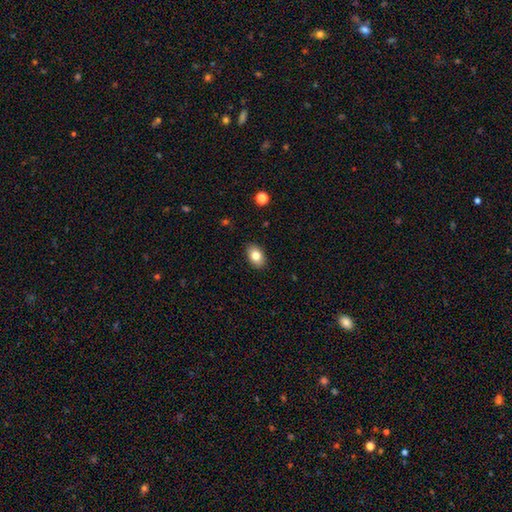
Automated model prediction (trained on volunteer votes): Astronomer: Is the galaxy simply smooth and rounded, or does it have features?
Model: smooth — 81%.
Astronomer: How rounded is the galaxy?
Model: in between — 87%.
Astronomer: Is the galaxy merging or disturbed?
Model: none — 89%.